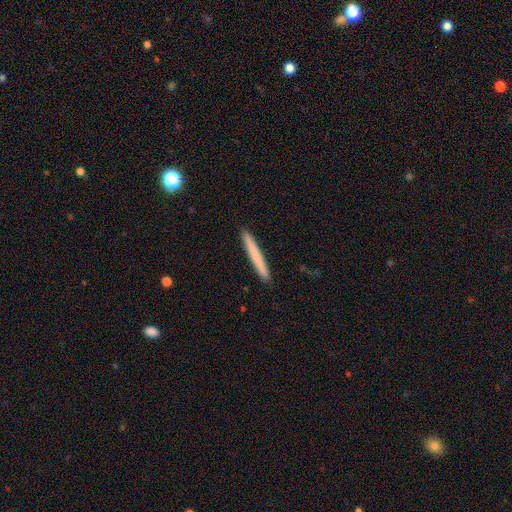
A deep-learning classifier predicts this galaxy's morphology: A smooth galaxy with no disk features (72%) that is cigar-shaped (97%). Merging: none (93%).